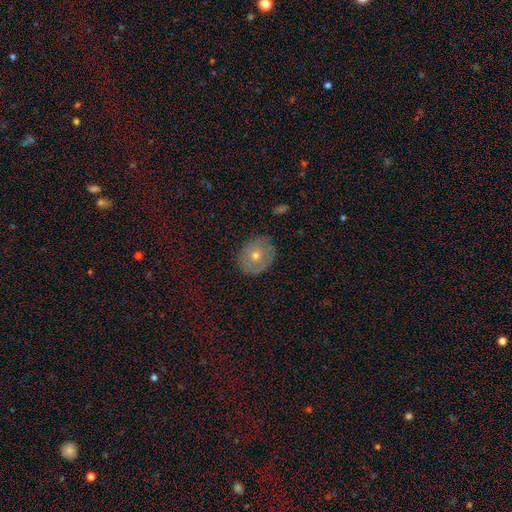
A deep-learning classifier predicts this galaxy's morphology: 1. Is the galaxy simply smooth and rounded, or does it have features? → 48% smooth, 38% featured or disk, 14% star or artifact.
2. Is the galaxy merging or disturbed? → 81% none, 15% minor disturbance, 3% major disturbance, 1% merger.